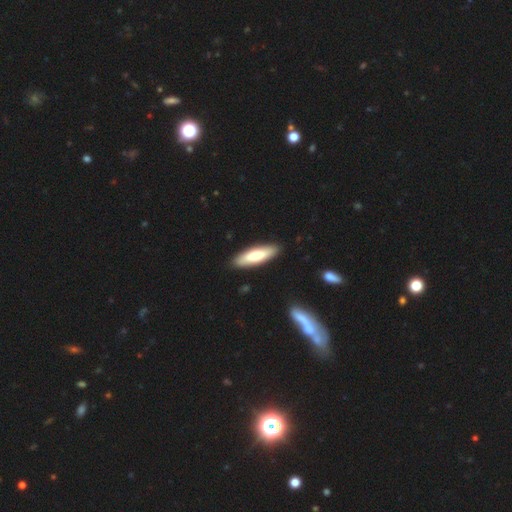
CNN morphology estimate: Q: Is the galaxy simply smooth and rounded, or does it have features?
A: smooth — 74%.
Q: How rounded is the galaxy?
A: cigar-shaped — 58%.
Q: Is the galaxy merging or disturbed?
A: none — 90%.